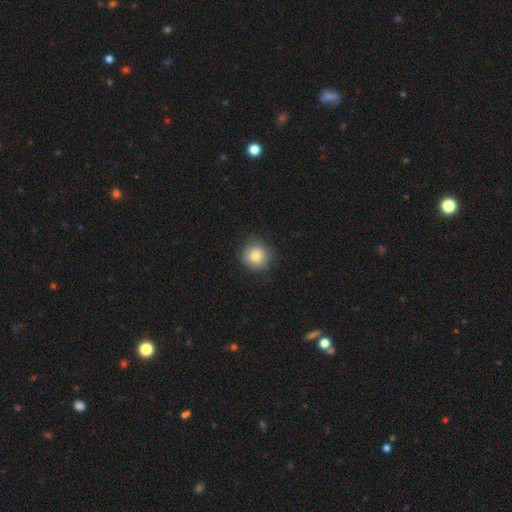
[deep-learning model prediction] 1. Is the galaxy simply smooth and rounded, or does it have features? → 82% smooth, 9% star or artifact, 8% featured or disk.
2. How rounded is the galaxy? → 91% round, 8% in between, 1% cigar-shaped.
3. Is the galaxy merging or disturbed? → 83% none, 13% minor disturbance, 3% major disturbance, 1% merger.